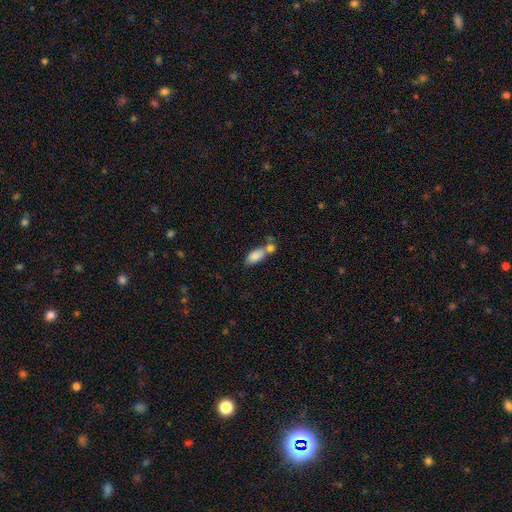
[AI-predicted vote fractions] Smooth or featured? smooth (82%)
How rounded? in between (87%)
Merging? merger (50%)